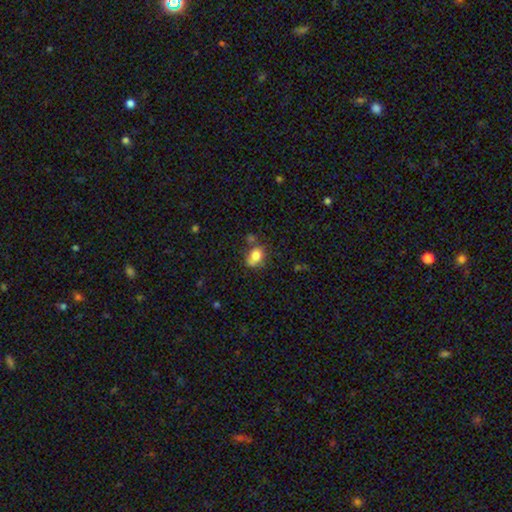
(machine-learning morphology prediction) The model was most divided on "how rounded": in between: 58%, round: 41%, cigar-shaped: 1%. Remaining: smooth or featured — smooth (78%); merging — none (47%).